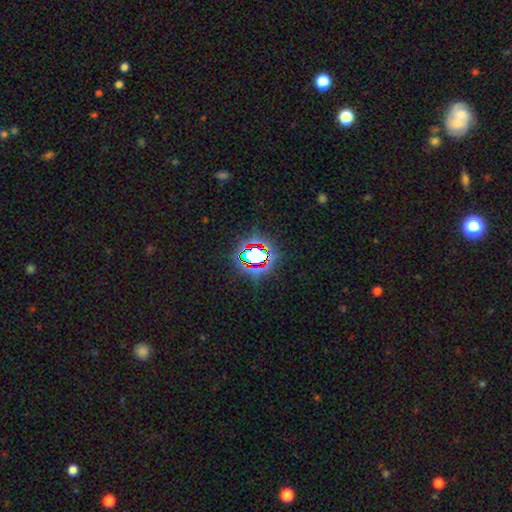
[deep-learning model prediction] smooth_or_featured: star or artifact (p=0.68) [alt: smooth p=0.21]